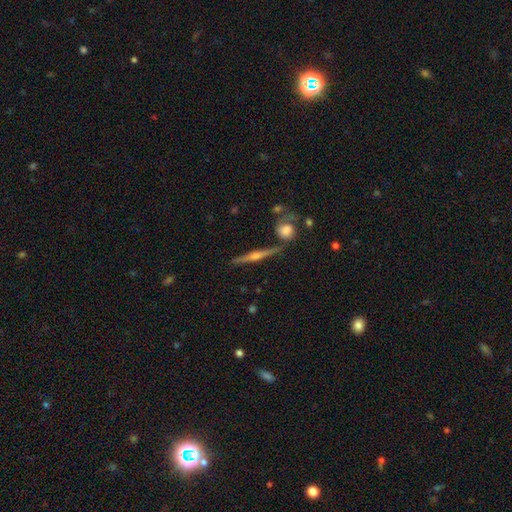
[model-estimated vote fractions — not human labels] Morphology: type=featured or disk (80%); edge-on=yes (98%); edge-on bulge=rounded (89%); merging=none (85%).